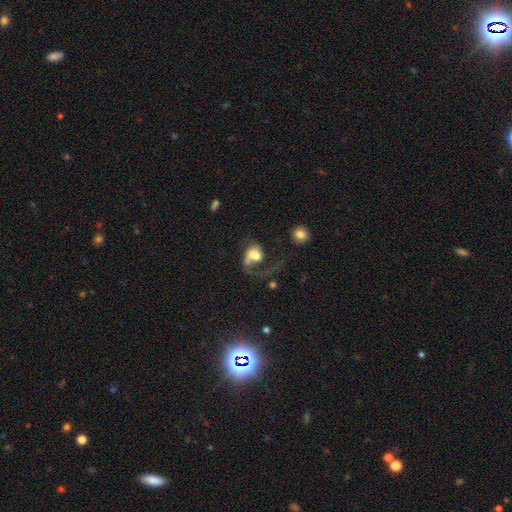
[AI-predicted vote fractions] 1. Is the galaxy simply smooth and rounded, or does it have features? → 49% featured or disk, 42% smooth, 9% star or artifact.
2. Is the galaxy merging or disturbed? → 53% major disturbance, 20% none, 16% merger, 11% minor disturbance.